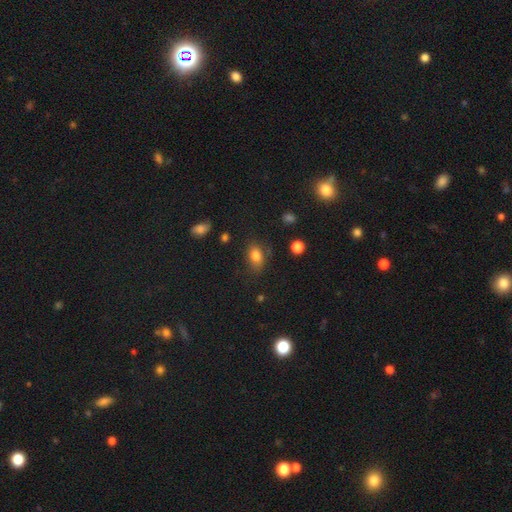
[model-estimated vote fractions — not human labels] The model was most divided on "merging": none: 69%, minor disturbance: 21%, major disturbance: 7%, merger: 3%. More confident: smooth or featured — smooth (81%); how rounded — in between (79%).